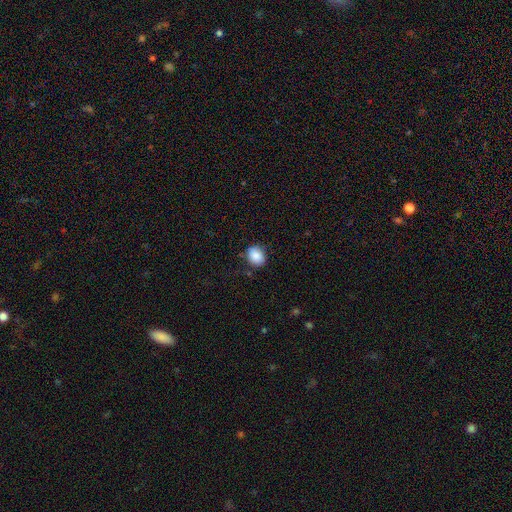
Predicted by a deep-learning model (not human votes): This is clearly a smooth galaxy (87%). How rounded: possibly round (50%). Merging: clearly none (81%).